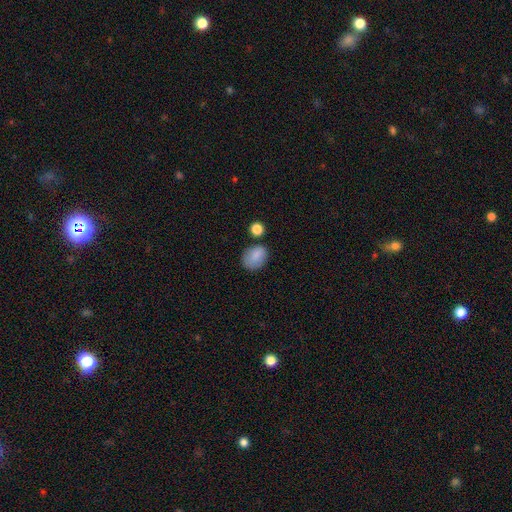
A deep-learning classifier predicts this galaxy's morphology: This appears to be a smooth galaxy with no disk features (84%) that is in between round and cigar-shaped (62%). Merging: none (68%).